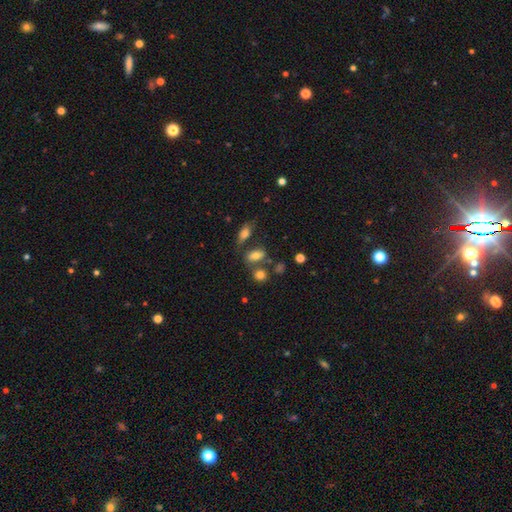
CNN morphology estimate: smooth_or_featured: smooth (p=0.72) [alt: featured or disk p=0.15]
how_rounded: in between (p=0.77) [alt: round p=0.16]
merging: none (p=0.57) [alt: merger p=0.21]